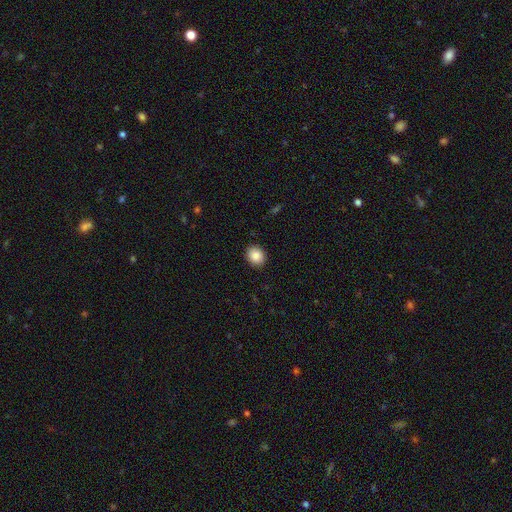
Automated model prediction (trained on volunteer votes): smooth 87%, star or artifact 8%, featured or disk 4%. Down the decision tree: how rounded — round (68%); merging — none (91%).